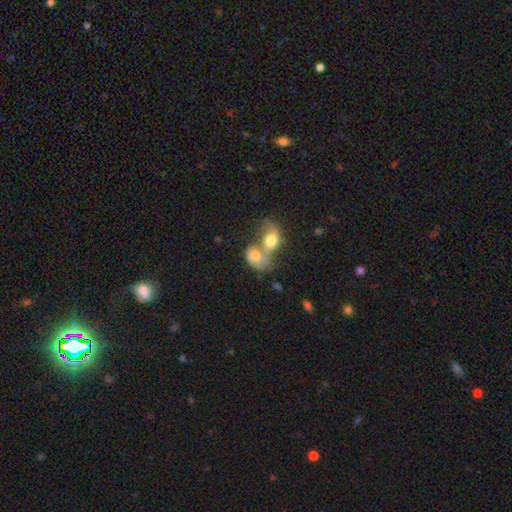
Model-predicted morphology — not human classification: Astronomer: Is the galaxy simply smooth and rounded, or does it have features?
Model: smooth — 56%.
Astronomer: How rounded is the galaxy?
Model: in between — 61%.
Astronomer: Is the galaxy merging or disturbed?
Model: merger — 77%.